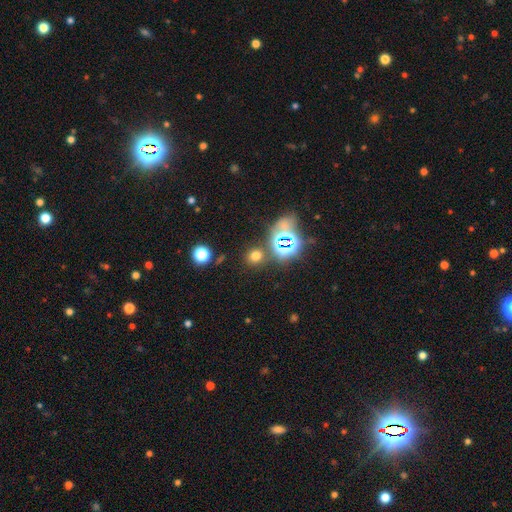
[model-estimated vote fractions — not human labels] A smooth galaxy with no disk features (62%) that is round (83%). Merging: none (81%).